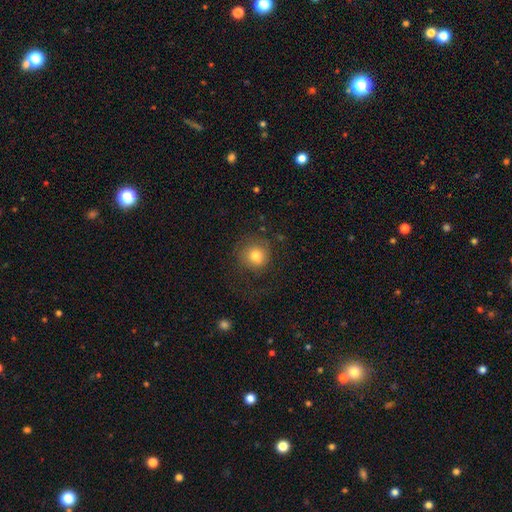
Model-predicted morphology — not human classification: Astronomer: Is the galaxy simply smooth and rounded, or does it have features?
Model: smooth — 75%.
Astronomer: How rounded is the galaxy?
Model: round — 87%.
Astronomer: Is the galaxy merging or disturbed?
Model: none — 62%.